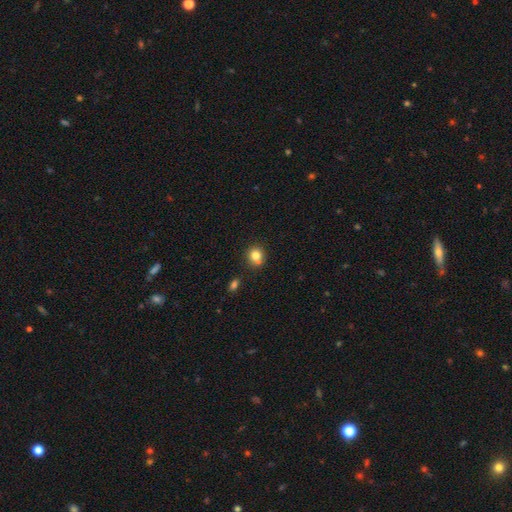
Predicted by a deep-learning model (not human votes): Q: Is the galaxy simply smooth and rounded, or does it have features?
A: smooth — 81%.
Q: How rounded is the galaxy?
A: round — 83%.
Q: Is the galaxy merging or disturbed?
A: none — 77%.